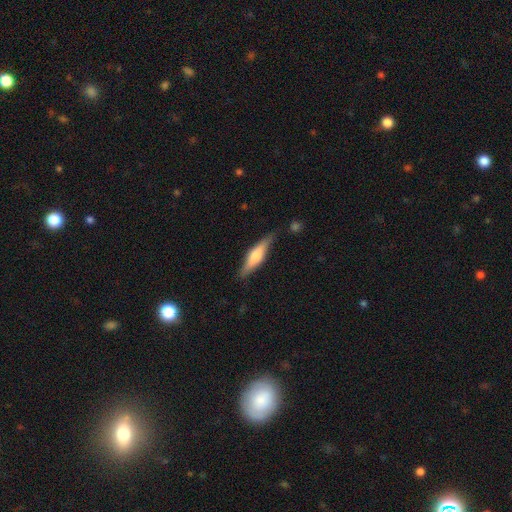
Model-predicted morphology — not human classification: Smooth or featured?
  - featured or disk: 48% *
  - smooth: 47%
  - star or artifact: 6%
Merging?
  - none: 79% *
  - minor disturbance: 16%
  - major disturbance: 3%
  - merger: 2%